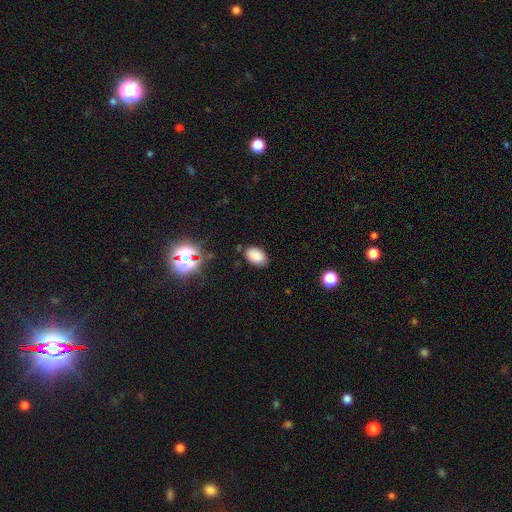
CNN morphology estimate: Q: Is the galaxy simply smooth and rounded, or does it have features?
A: smooth — 83%.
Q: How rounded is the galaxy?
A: in between — 88%.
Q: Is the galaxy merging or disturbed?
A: none — 82%.